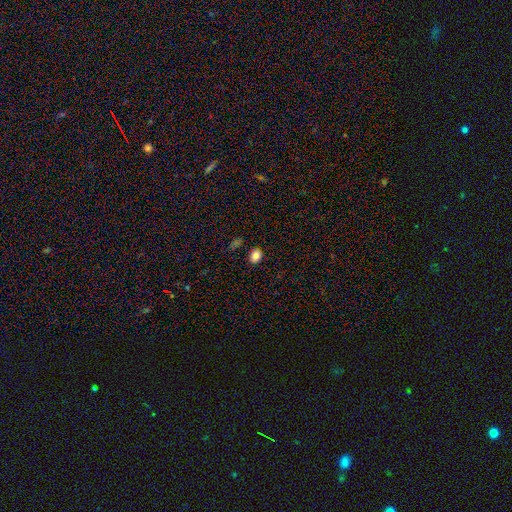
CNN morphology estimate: smooth-or-featured: smooth: 84% | star or artifact: 10% | featured or disk: 5%
  how-rounded: in between: 64% | round: 35% | cigar-shaped: 1%
  merging: none: 86% | minor disturbance: 9% | major disturbance: 2% | merger: 2%